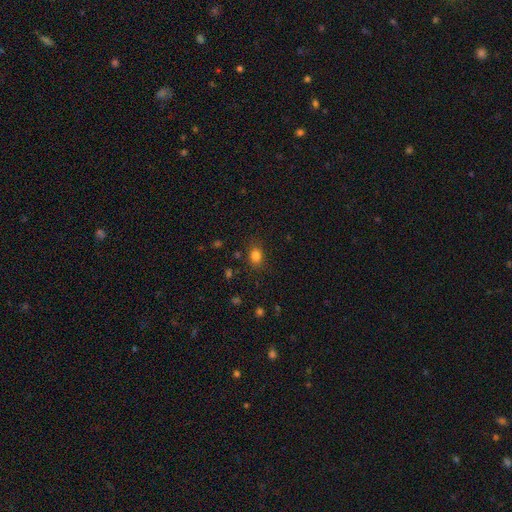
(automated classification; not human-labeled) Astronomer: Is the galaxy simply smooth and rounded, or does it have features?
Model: smooth — 81%.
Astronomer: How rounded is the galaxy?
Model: in between — 52% (runner-up: round, 46%).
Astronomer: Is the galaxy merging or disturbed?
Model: none — 82%.